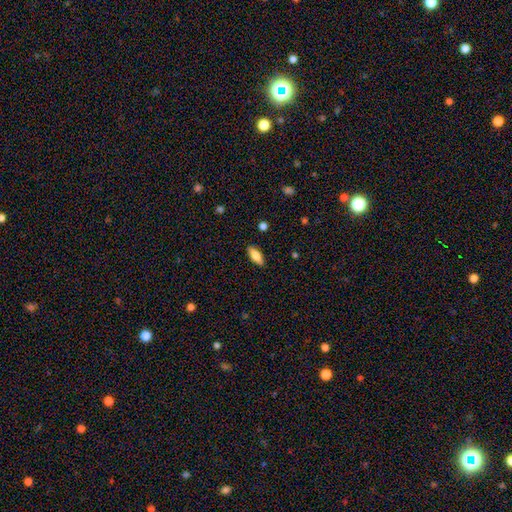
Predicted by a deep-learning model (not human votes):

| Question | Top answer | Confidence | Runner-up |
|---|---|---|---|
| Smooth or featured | smooth | 73% | featured or disk (20%) |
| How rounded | in between | 73% | cigar-shaped (24%) |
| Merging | none | 88% | minor disturbance (9%) |